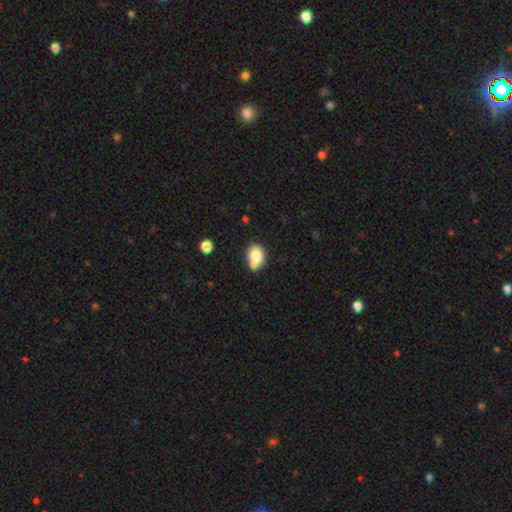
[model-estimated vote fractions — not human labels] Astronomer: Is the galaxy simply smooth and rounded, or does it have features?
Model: smooth — 79%.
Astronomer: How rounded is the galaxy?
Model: round — 55% (runner-up: in between, 44%).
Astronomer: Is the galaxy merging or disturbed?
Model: none — 49% (runner-up: merger, 34%).